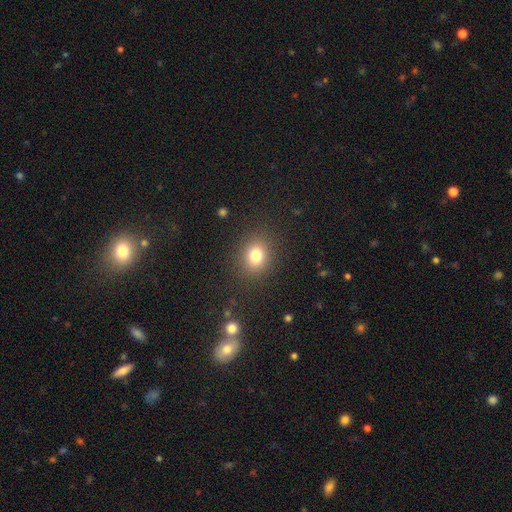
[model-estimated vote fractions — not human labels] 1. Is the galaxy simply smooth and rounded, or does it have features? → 79% smooth, 13% star or artifact, 8% featured or disk.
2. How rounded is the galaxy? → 62% round, 37% in between, 1% cigar-shaped.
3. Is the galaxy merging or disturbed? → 87% none, 8% minor disturbance, 4% major disturbance, 1% merger.